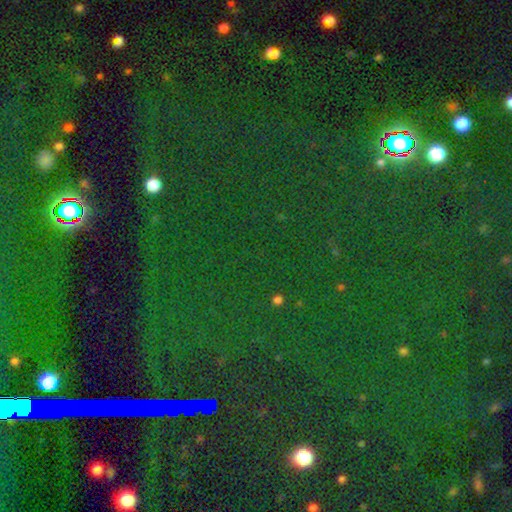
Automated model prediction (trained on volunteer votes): A star or artifact, not a galaxy (81%).

Vote fractions:
- Smooth or featured? star or artifact: 81% / smooth: 11% / featured or disk: 8%